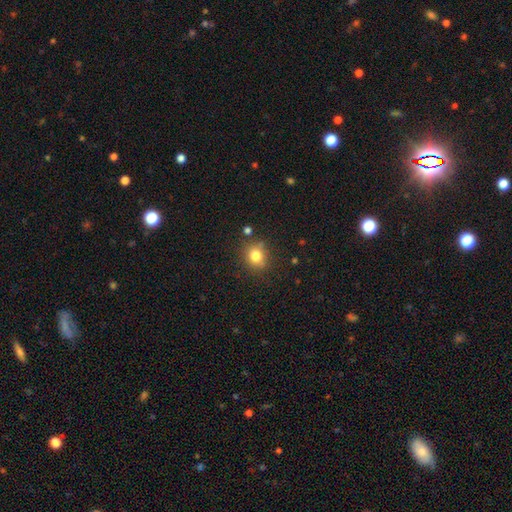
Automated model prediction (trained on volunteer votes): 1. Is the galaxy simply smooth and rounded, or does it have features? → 80% smooth, 13% star or artifact, 8% featured or disk.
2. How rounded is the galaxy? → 74% round, 25% in between, 1% cigar-shaped.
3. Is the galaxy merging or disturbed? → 79% none, 13% minor disturbance, 5% merger, 4% major disturbance.